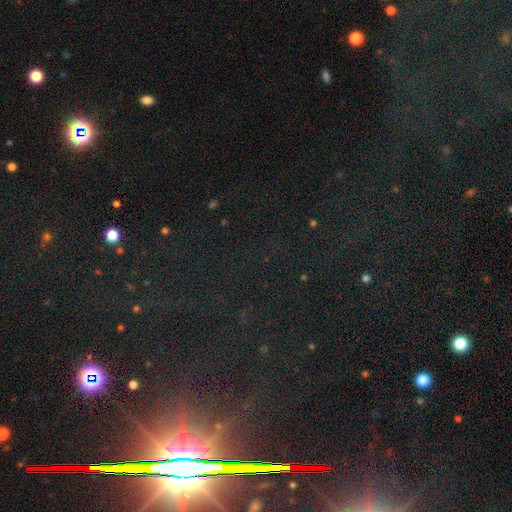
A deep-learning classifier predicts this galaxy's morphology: The model was most divided on "smooth or featured": star or artifact: 83%, featured or disk: 9%, smooth: 8%.